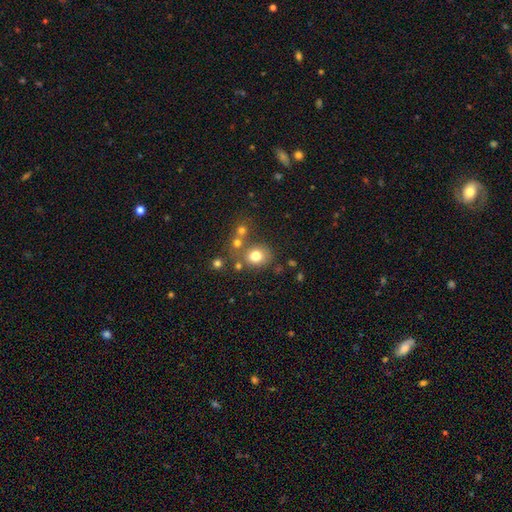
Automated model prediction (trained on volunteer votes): Overall: smooth (75%). How rounded: round (68%; in between 31%). Merging: none (64%).